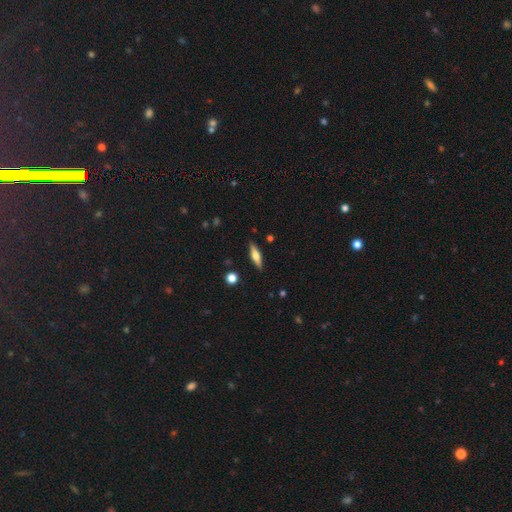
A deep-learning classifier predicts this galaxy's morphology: Overall: smooth (49%; featured or disk 44%). Merging: none (88%).